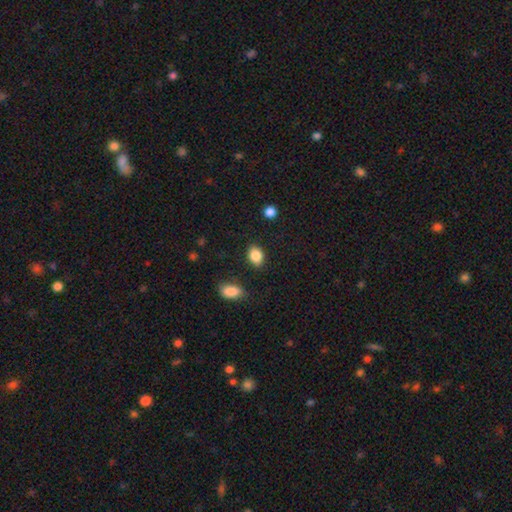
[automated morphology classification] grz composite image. It shows a smooth galaxy with no disk features (87%) that is in between round and cigar-shaped (67%). Merging: none (83%).